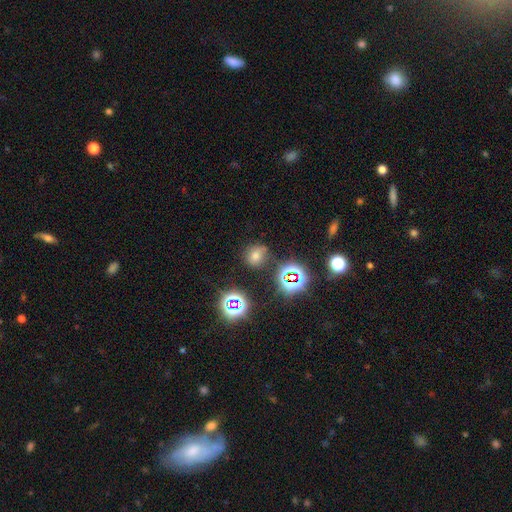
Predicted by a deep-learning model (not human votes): A smooth galaxy with no disk features (56%) that is round (78%). Merging: none (78%).